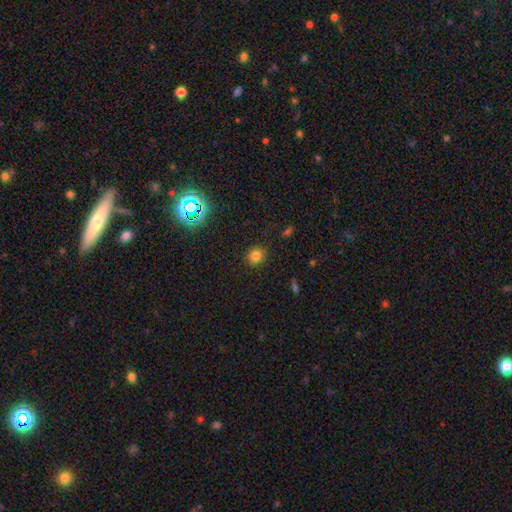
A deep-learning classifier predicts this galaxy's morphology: Smooth or featured: smooth — 79% (star or artifact — 15%)
How rounded: round — 85% (in between — 14%)
Merging: none — 89% (minor disturbance — 7%)